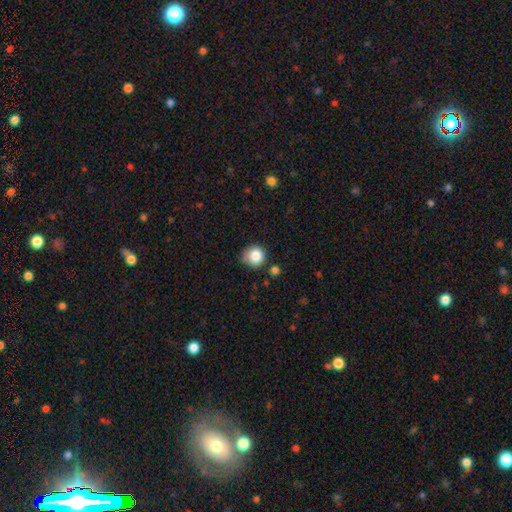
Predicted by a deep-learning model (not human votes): Smooth or featured?
  - smooth: 84% *
  - star or artifact: 10%
  - featured or disk: 6%
How rounded?
  - round: 90% *
  - in between: 9%
  - cigar-shaped: 1%
Merging?
  - none: 66% *
  - minor disturbance: 24%
  - merger: 5%
  - major disturbance: 5%